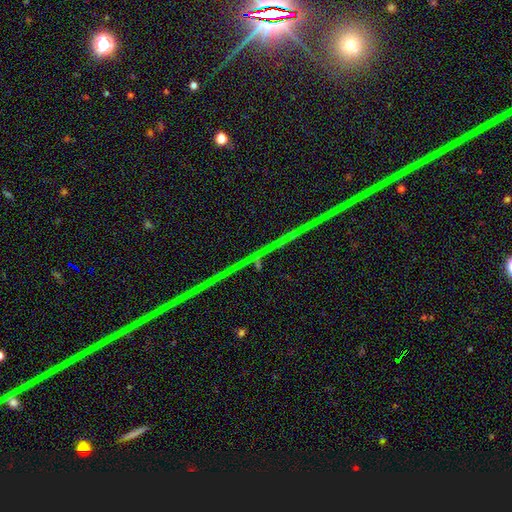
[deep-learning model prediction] This appears to be a star or artifact, not a galaxy (88%).